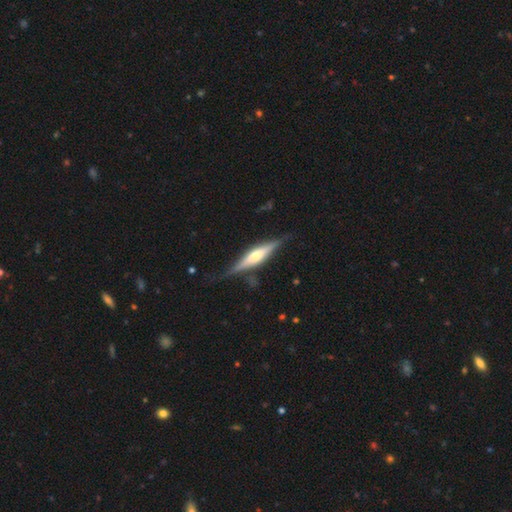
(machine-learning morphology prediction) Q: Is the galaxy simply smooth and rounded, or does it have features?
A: featured or disk — 73%.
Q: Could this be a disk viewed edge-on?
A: yes — 96%.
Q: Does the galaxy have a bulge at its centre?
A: rounded — 78%.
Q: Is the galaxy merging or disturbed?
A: none — 80%.